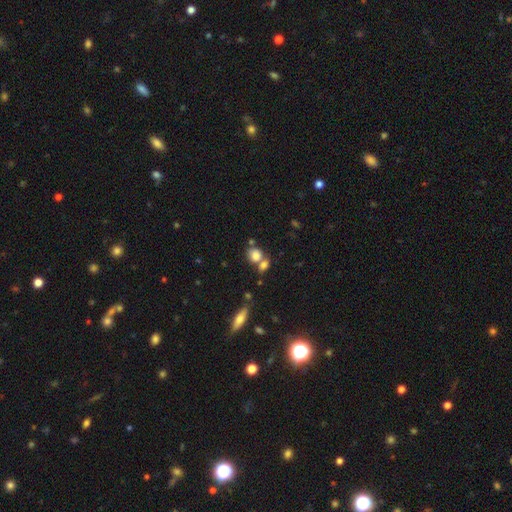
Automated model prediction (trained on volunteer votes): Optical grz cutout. It shows a smooth galaxy with no disk features (80%) that is round (61%). Merging: none (44%).